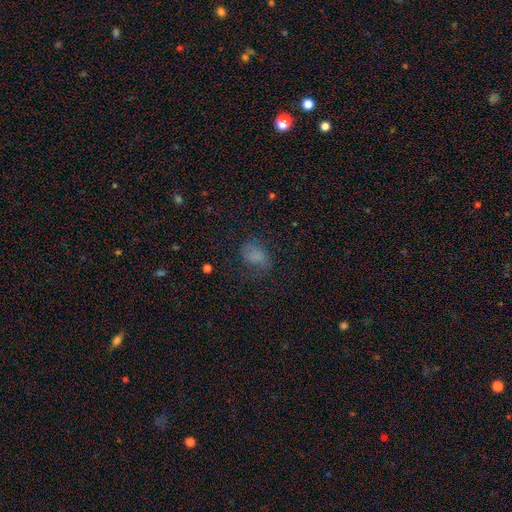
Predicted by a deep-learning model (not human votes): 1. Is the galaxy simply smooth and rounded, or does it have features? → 64% smooth, 20% featured or disk, 16% star or artifact.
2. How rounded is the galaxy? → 78% in between, 21% round, 2% cigar-shaped.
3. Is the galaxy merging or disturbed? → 55% none, 23% minor disturbance, 20% major disturbance, 2% merger.